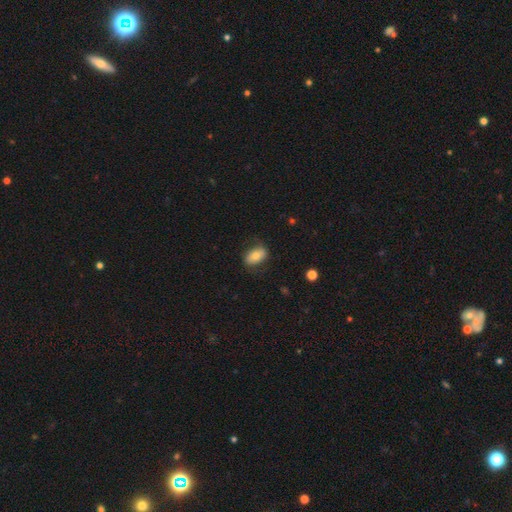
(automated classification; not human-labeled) Q: Smooth or featured?
A: smooth (71%); runner-up: featured or disk (21%)
Q: How rounded?
A: in between (89%); runner-up: round (8%)
Q: Merging?
A: none (74%); runner-up: minor disturbance (18%)